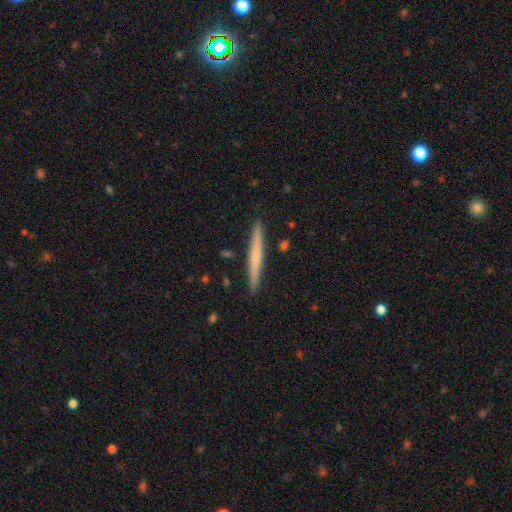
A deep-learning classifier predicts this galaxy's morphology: Q: Smooth or featured?
A: smooth (53%); runner-up: featured or disk (41%)
Q: How rounded?
A: cigar-shaped (97%); runner-up: in between (2%)
Q: Merging?
A: none (91%); runner-up: minor disturbance (6%)